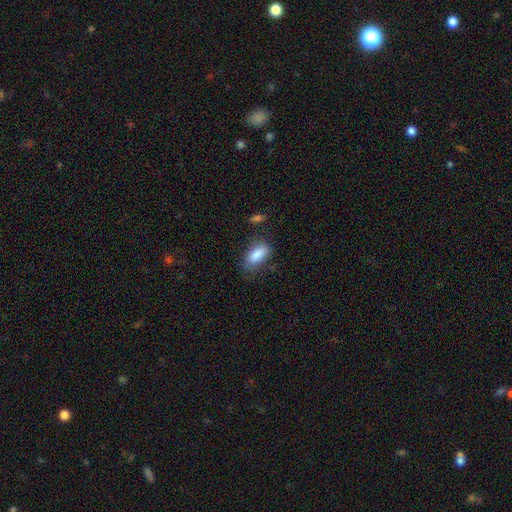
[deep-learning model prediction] smooth-or-featured: smooth: 86% | star or artifact: 7% | featured or disk: 7%
  how-rounded: in between: 89% | cigar-shaped: 8% | round: 4%
  merging: none: 68% | minor disturbance: 22% | major disturbance: 7% | merger: 3%